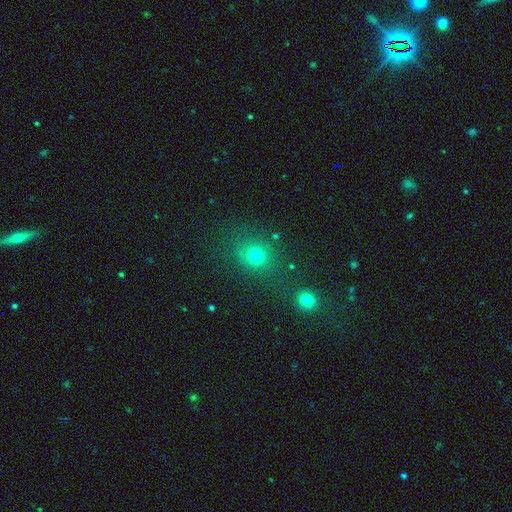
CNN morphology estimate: Smooth or featured: smooth — 73% (star or artifact — 19%)
How rounded: round — 71% (in between — 28%)
Merging: none — 75% (minor disturbance — 11%)